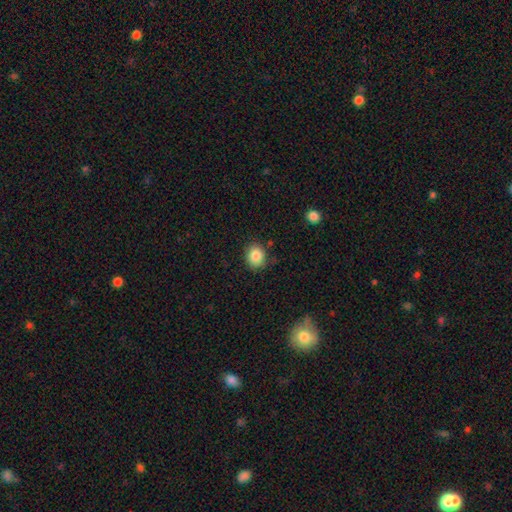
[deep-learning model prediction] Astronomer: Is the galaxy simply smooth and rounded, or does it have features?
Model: smooth — 85%.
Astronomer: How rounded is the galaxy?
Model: round — 69%.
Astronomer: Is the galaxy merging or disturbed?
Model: none — 83%.